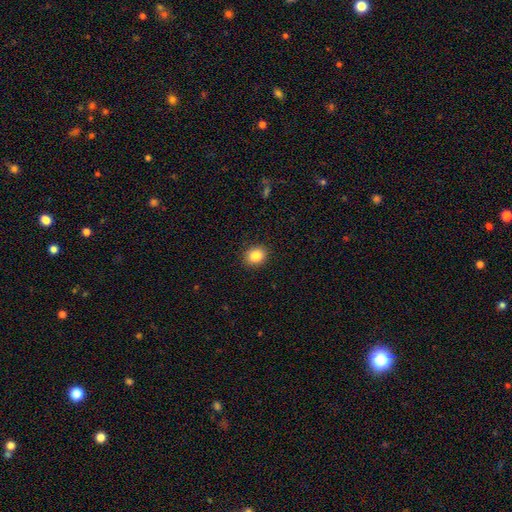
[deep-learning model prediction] Overall: smooth (86%). How rounded: round (59%; in between 40%). Merging: none (90%).